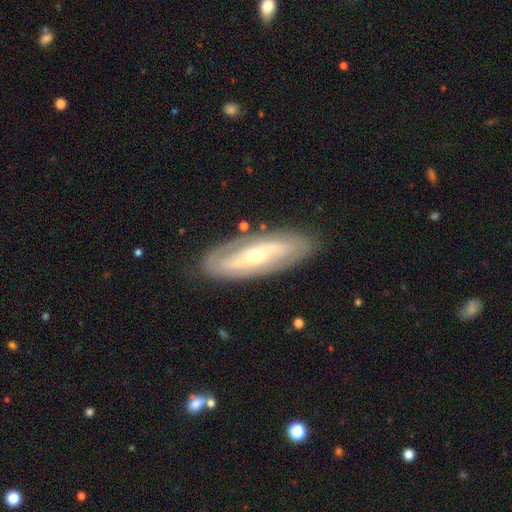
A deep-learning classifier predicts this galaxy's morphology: smooth-or-featured: featured or disk: 77% | smooth: 17% | star or artifact: 6%
  disk-edge-on: no: 84% | yes: 16%
    bar: no: 47% | strong: 27% | weak: 26%
    has-spiral-arms: yes: 72% | no: 28%
    bulge-size: small: 53% | moderate: 43% | large: 2% | dominant: 1% | none: 1%
  merging: none: 83% | minor disturbance: 12% | major disturbance: 4% | merger: 2%